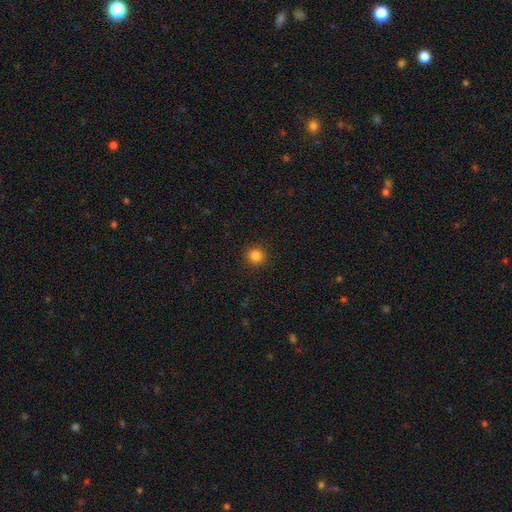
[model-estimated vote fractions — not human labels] Smooth or featured?
  - smooth: 84% *
  - star or artifact: 12%
  - featured or disk: 4%
How rounded?
  - round: 94% *
  - in between: 5%
  - cigar-shaped: 1%
Merging?
  - none: 92% *
  - minor disturbance: 5%
  - major disturbance: 2%
  - merger: 1%